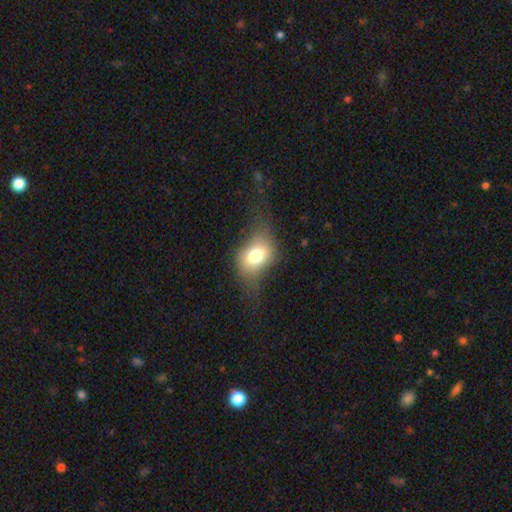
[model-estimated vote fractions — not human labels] smooth-or-featured: smooth: 67% | featured or disk: 23% | star or artifact: 10%
  how-rounded: in between: 66% | round: 31% | cigar-shaped: 3%
  merging: none: 48% | minor disturbance: 27% | major disturbance: 23% | merger: 2%